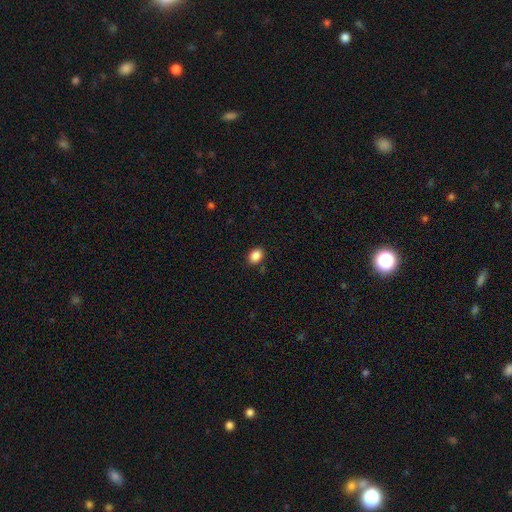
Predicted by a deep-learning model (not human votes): A smooth galaxy with no disk features (88%) that is in between round and cigar-shaped (64%).

Vote fractions:
- Smooth or featured? smooth: 88% / star or artifact: 9% / featured or disk: 3%
- How rounded? in between: 64% / round: 35% / cigar-shaped: 1%
- Merging? none: 86% / minor disturbance: 10% / major disturbance: 2% / merger: 2%